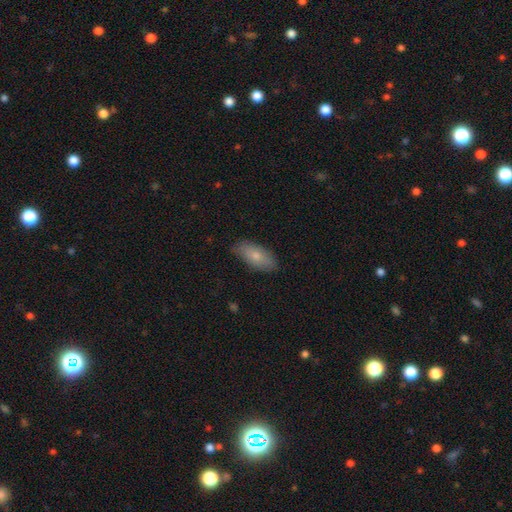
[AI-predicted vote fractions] Smooth or featured? smooth (76%)
How rounded? in between (87%)
Merging? none (80%)